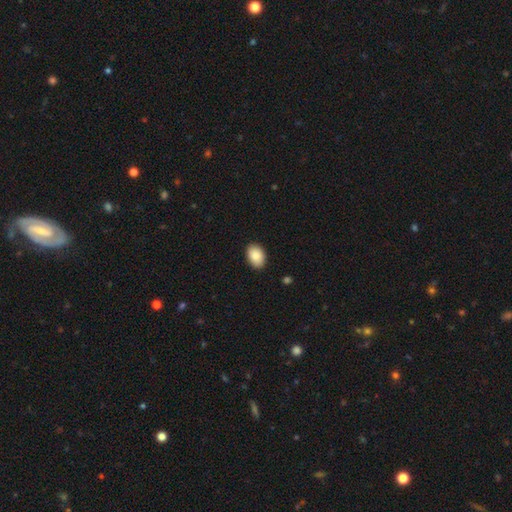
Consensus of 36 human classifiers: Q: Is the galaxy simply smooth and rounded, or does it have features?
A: smooth — 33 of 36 (92%).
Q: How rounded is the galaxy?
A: in between — 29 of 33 (88%).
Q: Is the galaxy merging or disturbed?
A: none — 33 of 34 (97%).